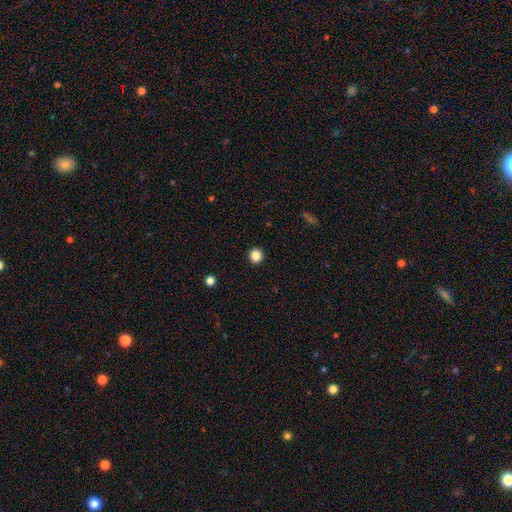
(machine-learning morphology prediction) Smooth or featured?
  - smooth: 85% *
  - star or artifact: 11%
  - featured or disk: 3%
How rounded?
  - round: 94% *
  - in between: 5%
  - cigar-shaped: 1%
Merging?
  - none: 93% *
  - minor disturbance: 4%
  - major disturbance: 1%
  - merger: 1%